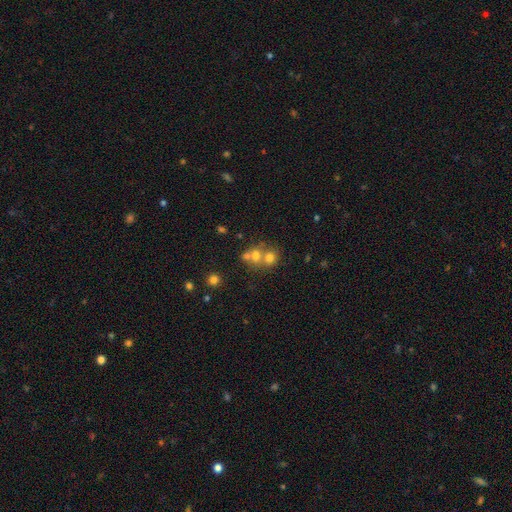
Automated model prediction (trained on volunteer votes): This appears to be a smooth galaxy with no disk features (63%) that is round (76%). Merging: merger (57%).